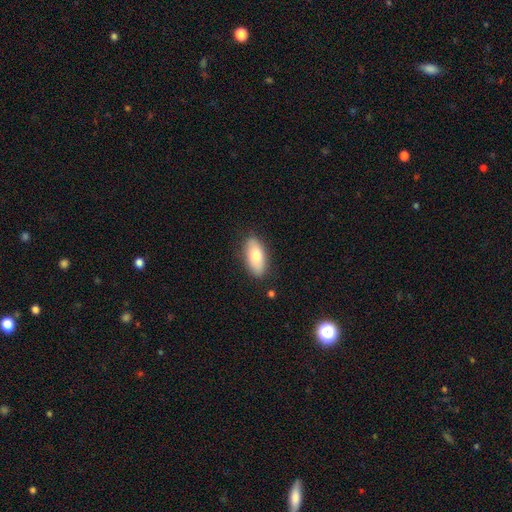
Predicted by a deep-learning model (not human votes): Q: Smooth or featured?
A: smooth (76%); runner-up: featured or disk (18%)
Q: How rounded?
A: in between (89%); runner-up: cigar-shaped (8%)
Q: Merging?
A: none (84%); runner-up: minor disturbance (12%)